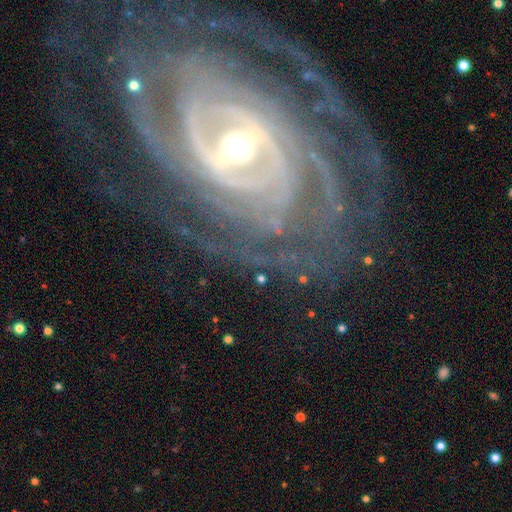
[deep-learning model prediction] featured or disk 90%, star or artifact 6%, smooth 4%. Down the decision tree: edge-on disk — no (95%); bar — strong (58%); spiral arms — yes (96%); spiral arm count — can't tell (27%); spiral winding — tight (71%); bulge size — moderate (55%); merging — none (71%).